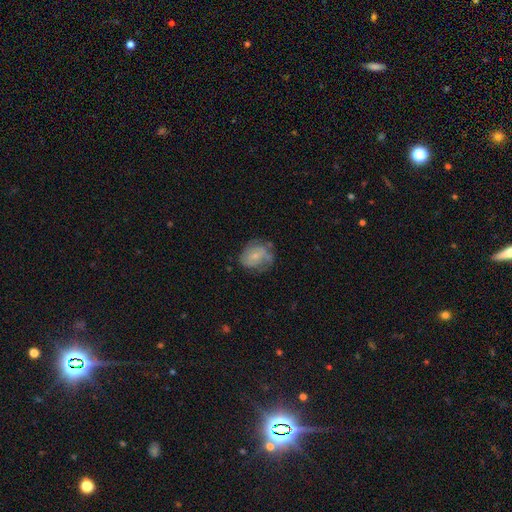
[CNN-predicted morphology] Smooth or featured? smooth (46%, tied with featured or disk)
Merging? none (53%)